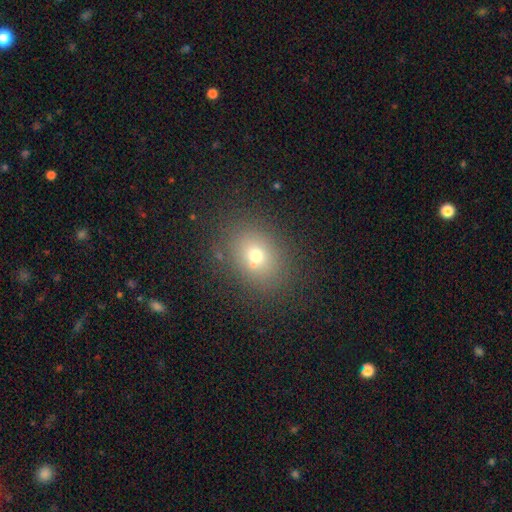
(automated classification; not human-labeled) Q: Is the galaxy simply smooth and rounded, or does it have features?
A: smooth — 68%.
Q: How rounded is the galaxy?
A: in between — 51%.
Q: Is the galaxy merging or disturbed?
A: none — 73%.